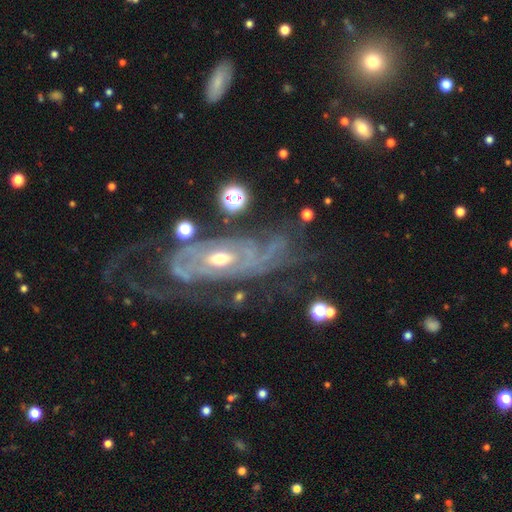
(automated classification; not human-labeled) A featured or disk galaxy (88%) with no bar (57%), tight (64%) spiral arms (93%) and a moderate central bulge (52%).

Vote fractions:
- Smooth or featured? featured or disk: 88% / star or artifact: 7% / smooth: 6%
- Edge-on disk? no: 92% / yes: 8%
- Bar? no: 57% / weak: 28% / strong: 15%
- Spiral arms? yes: 93% / no: 7%
- Spiral winding? tight: 64% / medium: 27% / loose: 8%
- Spiral arm count? can't tell: 35% / 2: 26% / 3: 15% / 4: 9% / more than 4: 8% / 1: 7%
- Bulge size? moderate: 52% / small: 42% / large: 3% / none: 1% / dominant: 1%
- Merging? none: 59% / minor disturbance: 19% / major disturbance: 18% / merger: 4%